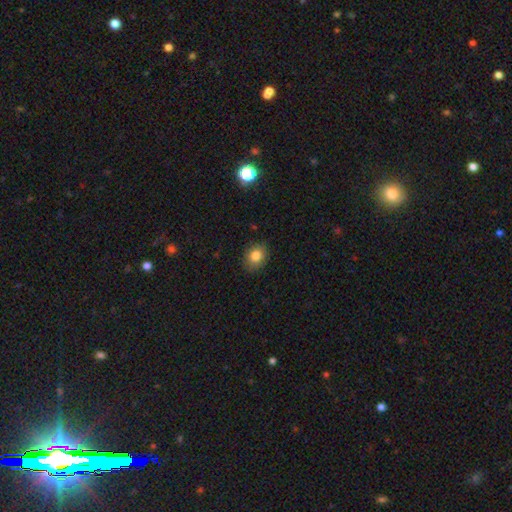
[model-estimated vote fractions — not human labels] Overall: smooth (83%). How rounded: in between (51%; round 48%). Merging: none (85%).